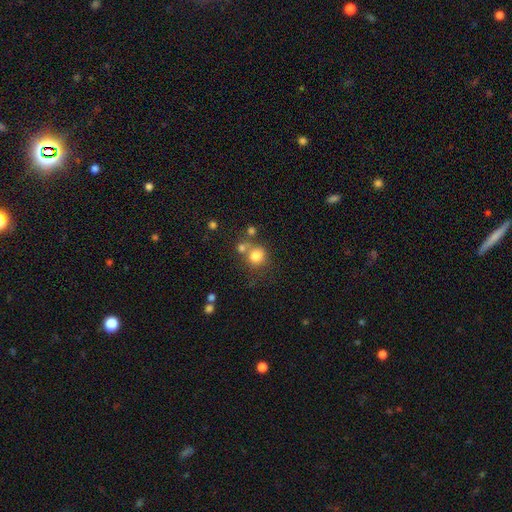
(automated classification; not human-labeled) smooth-or-featured: smooth: 78% | star or artifact: 13% | featured or disk: 9%
  how-rounded: round: 83% | in between: 16% | cigar-shaped: 1%
  merging: none: 56% | merger: 27% | minor disturbance: 12% | major disturbance: 5%